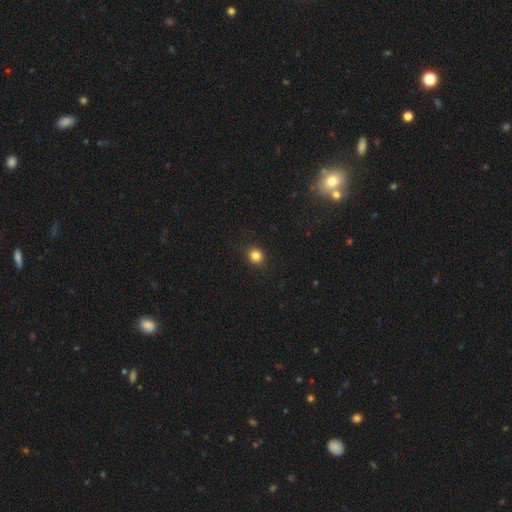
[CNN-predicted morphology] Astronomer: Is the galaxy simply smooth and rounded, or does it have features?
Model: smooth — 83%.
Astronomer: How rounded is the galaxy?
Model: round — 83%.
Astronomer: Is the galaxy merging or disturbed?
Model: none — 90%.